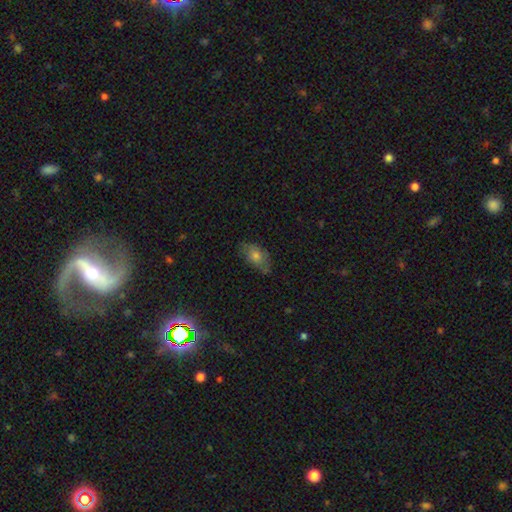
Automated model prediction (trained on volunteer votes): smooth 58%, featured or disk 26%, star or artifact 16%. Down the decision tree: how rounded — in between (85%); merging — none (68%).